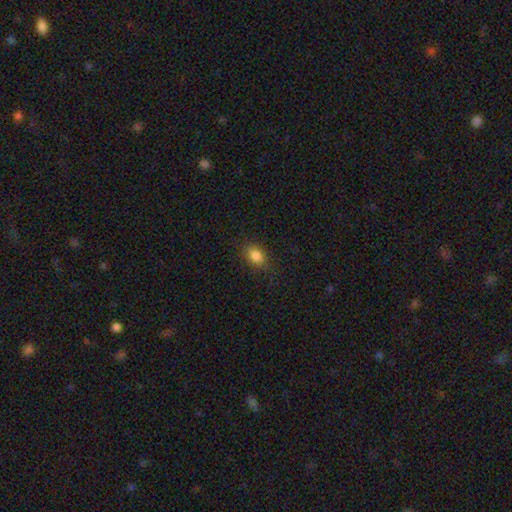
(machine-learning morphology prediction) Overall: smooth (85%). How rounded: in between (76%). Merging: none (83%).